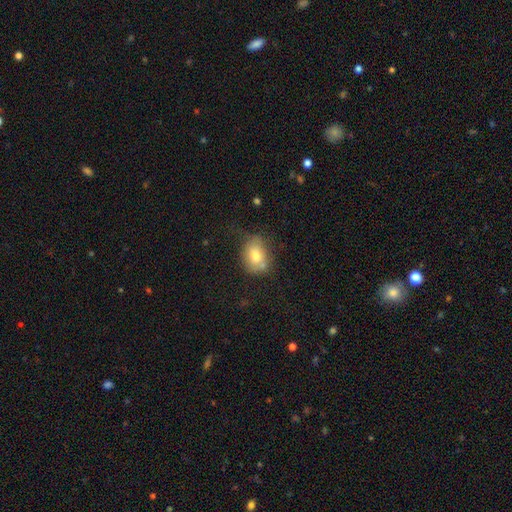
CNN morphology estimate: This appears to be a smooth galaxy with no disk features (74%) that is in between round and cigar-shaped (66%). Merging: none (58%).